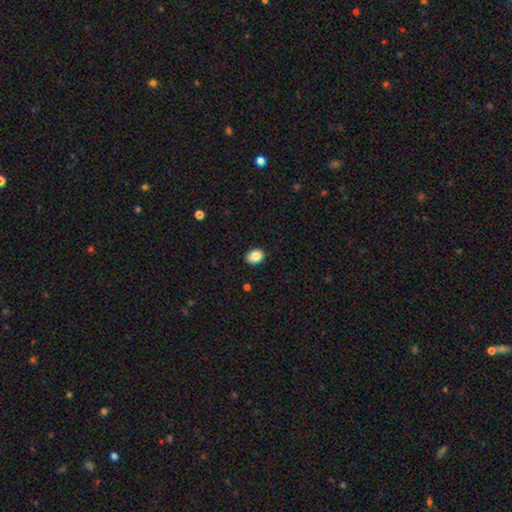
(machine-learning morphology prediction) smooth_or_featured: smooth (p=0.86) [alt: star or artifact p=0.09]
how_rounded: in between (p=0.59) [alt: round p=0.40]
merging: none (p=0.86) [alt: minor disturbance p=0.11]